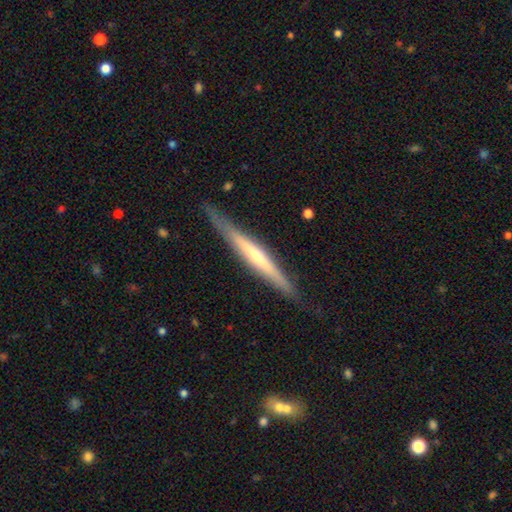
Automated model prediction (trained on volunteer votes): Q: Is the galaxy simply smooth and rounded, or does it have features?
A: featured or disk — 64%.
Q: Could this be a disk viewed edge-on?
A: yes — 96%.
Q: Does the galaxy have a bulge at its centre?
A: rounded — 52%.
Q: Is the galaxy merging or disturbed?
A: none — 84%.